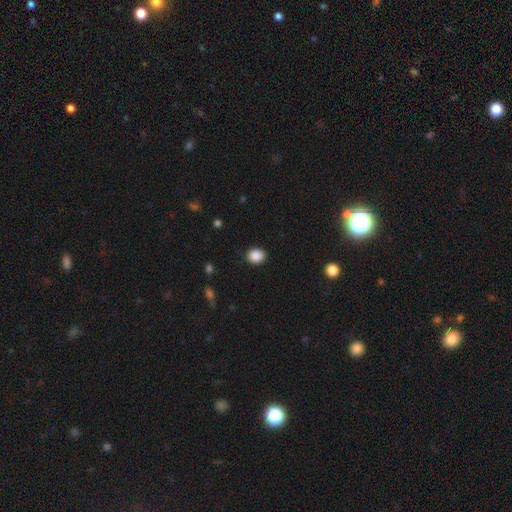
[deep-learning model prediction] This appears to be a smooth galaxy with no disk features (88%) that is round (59%). Merging: none (87%).